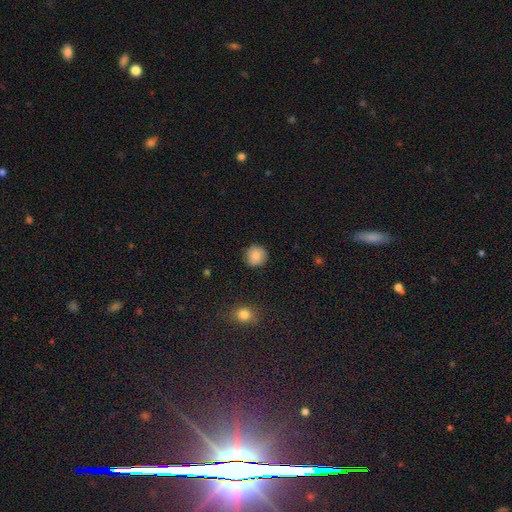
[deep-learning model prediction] Morphology: type=smooth (80%); roundness=round (92%); merging=none (87%).